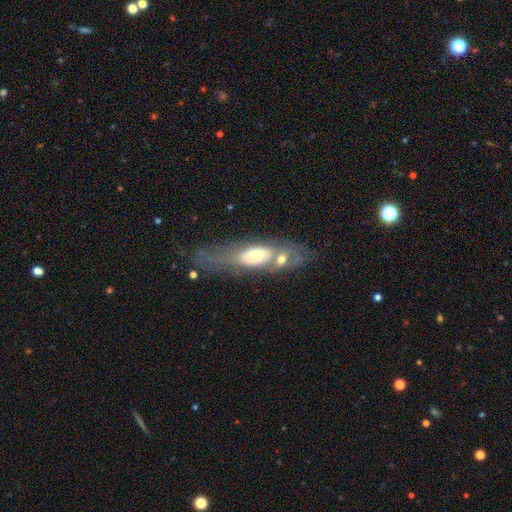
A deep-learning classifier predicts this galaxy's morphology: A featured or disk galaxy (52%). Merging: merger (44%).